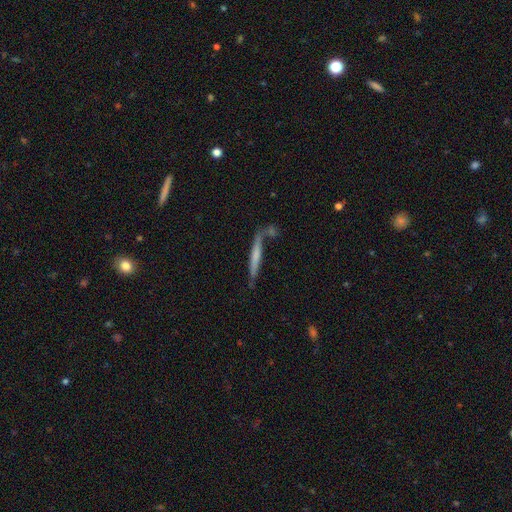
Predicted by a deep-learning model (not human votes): smooth-or-featured: smooth: 52% | featured or disk: 42% | star or artifact: 7%
  how-rounded: cigar-shaped: 94% | in between: 4% | round: 2%
  merging: none: 60% | merger: 17% | minor disturbance: 16% | major disturbance: 7%